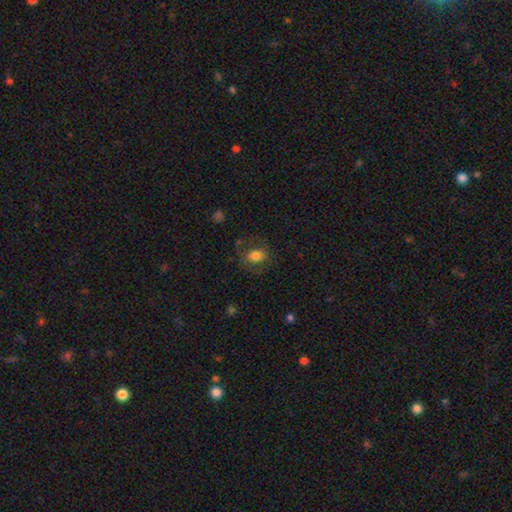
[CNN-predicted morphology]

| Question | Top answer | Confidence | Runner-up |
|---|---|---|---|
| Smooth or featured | smooth | 73% | featured or disk (18%) |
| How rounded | in between | 62% | round (36%) |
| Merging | none | 69% | minor disturbance (18%) |